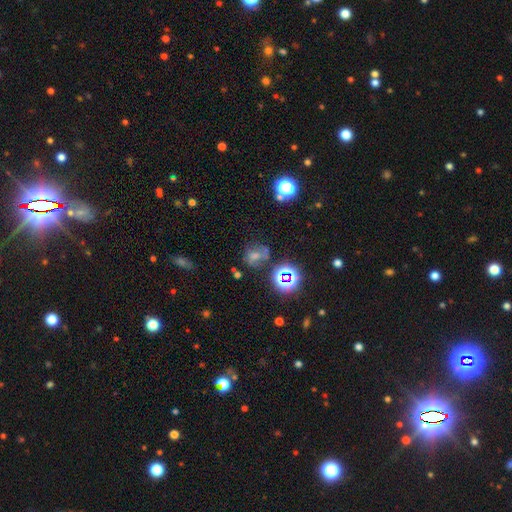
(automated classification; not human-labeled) Smooth or featured?
  - smooth: 45% *
  - star or artifact: 31%
  - featured or disk: 23%
Merging?
  - none: 49% *
  - minor disturbance: 22%
  - major disturbance: 17%
  - merger: 13%